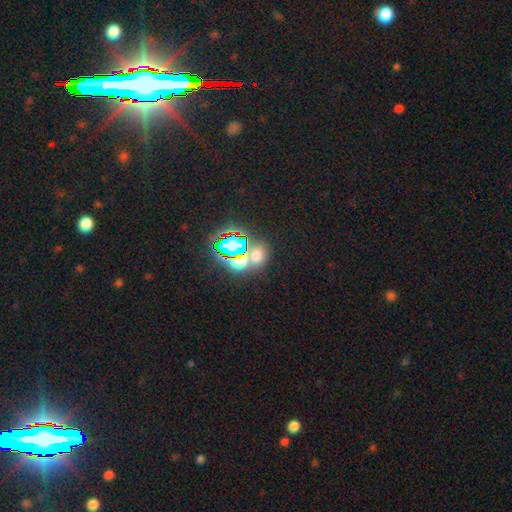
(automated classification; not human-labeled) Overall: smooth (46%; star or artifact 45%). Merging: none (61%; merger 27%).